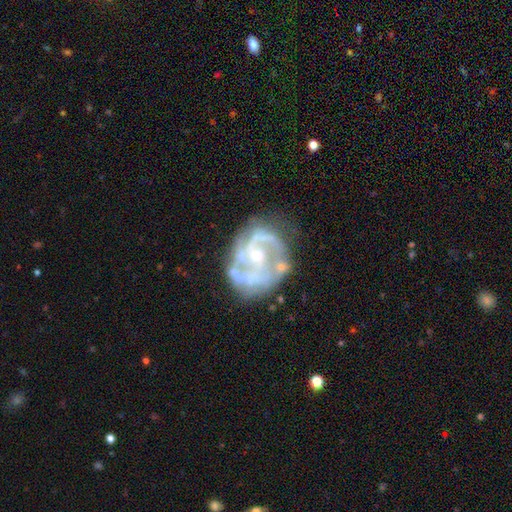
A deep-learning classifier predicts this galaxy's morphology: This is clearly a featured or disk galaxy (87%). It is clearly not viewed edge-on (98%). Bar: possibly no (59%). Spiral arm pattern: clearly yes (90%). Spiral arm count: possibly 2 (49%). Spiral winding: possibly medium (46%). Central bulge: possibly small (60%). Merging: possibly none (60%).